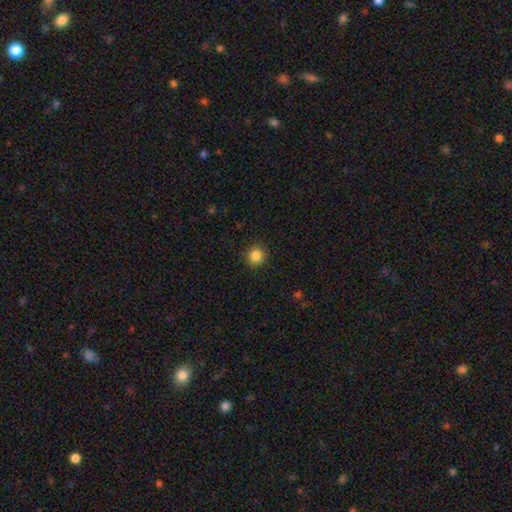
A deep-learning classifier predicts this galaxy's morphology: The model was most divided on "smooth or featured": smooth: 85%, star or artifact: 11%, featured or disk: 4%. More confident: how rounded — round (92%); merging — none (91%).